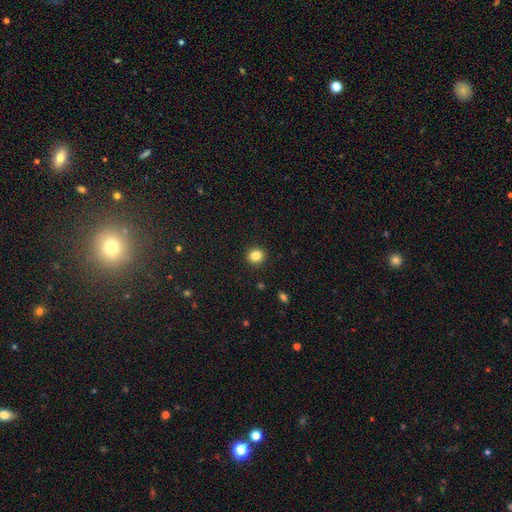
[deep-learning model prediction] smooth 84%, star or artifact 11%, featured or disk 5%. Down the decision tree: how rounded — round (85%); merging — none (92%).